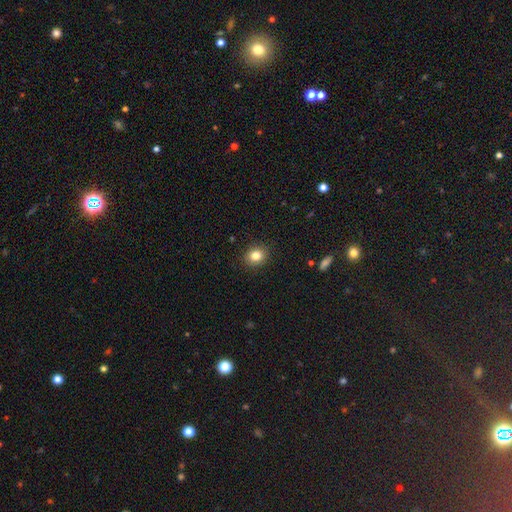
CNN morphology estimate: A smooth galaxy with no disk features (83%) that is round (70%). Merging: none (90%).